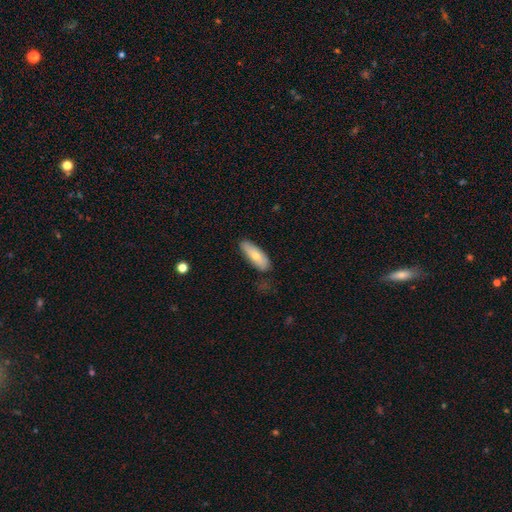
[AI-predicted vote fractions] This is likely a smooth galaxy (68%). How rounded: likely in between (66%). Merging: likely none (72%).